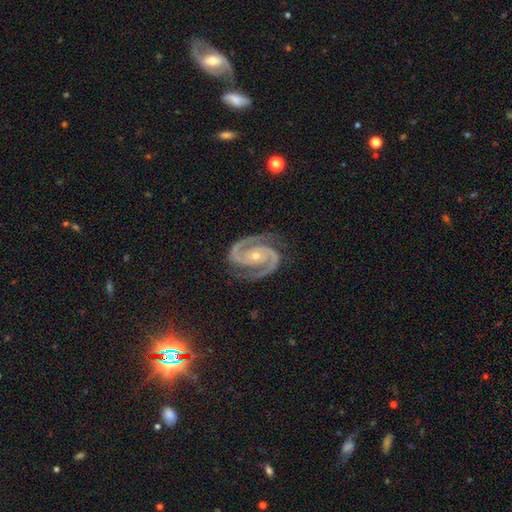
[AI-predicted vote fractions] Smooth or featured: featured or disk — 94% (star or artifact — 5%)
Edge-on disk: no — 98% (yes — 2%)
Bar: no — 60% (weak — 23%)
Spiral arms: yes — 99% (no — 1%)
Spiral winding: tight — 48% (medium — 47%)
Spiral arm count: 2 — 94% (3 — 2%)
Bulge size: small — 70% (moderate — 27%)
Merging: none — 84% (minor disturbance — 11%)